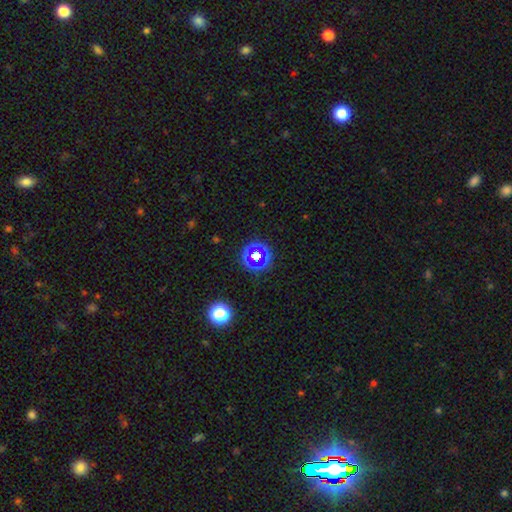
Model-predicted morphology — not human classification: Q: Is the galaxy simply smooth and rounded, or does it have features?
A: star or artifact — 51%.